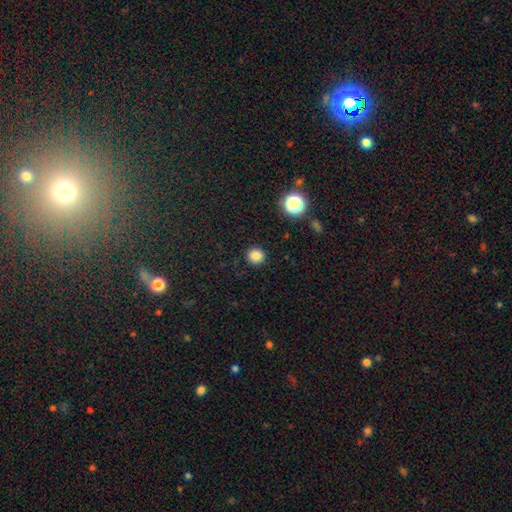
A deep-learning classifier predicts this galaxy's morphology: Q: Smooth or featured?
A: smooth (83%); runner-up: star or artifact (13%)
Q: How rounded?
A: round (93%); runner-up: in between (6%)
Q: Merging?
A: none (91%); runner-up: minor disturbance (6%)